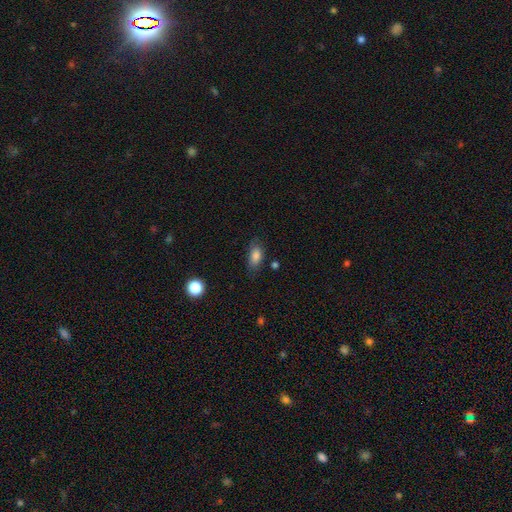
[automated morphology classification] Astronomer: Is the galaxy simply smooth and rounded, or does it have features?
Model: smooth — 81%.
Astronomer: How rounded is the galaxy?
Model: in between — 87%.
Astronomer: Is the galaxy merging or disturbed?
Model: none — 70%.